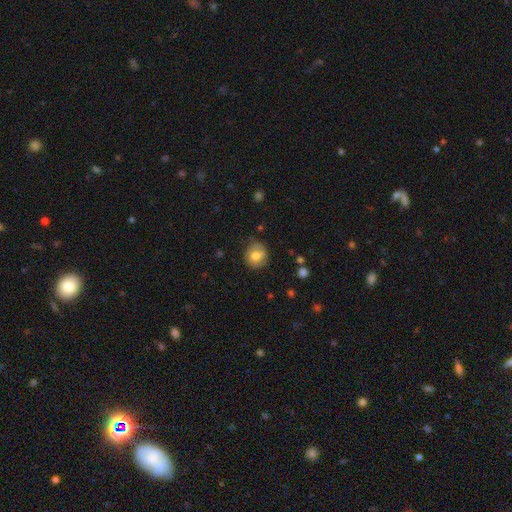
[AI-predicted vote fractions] smooth-or-featured: smooth: 70% | featured or disk: 21% | star or artifact: 8%
  how-rounded: round: 81% | in between: 18% | cigar-shaped: 1%
  merging: none: 75% | minor disturbance: 18% | major disturbance: 5% | merger: 2%